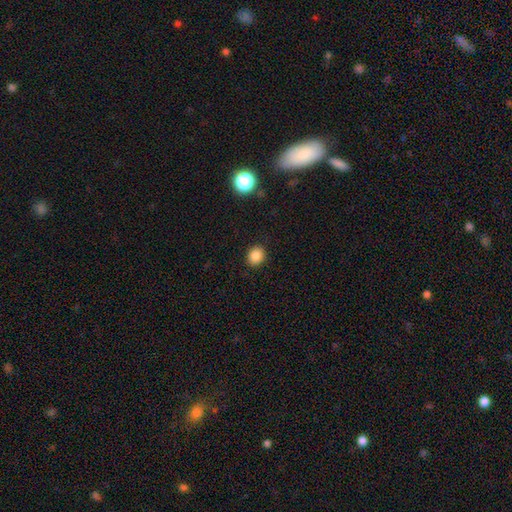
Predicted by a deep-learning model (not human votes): smooth-or-featured: smooth: 85% | star or artifact: 11% | featured or disk: 4%
  how-rounded: round: 63% | in between: 36% | cigar-shaped: 1%
  merging: none: 90% | minor disturbance: 7% | major disturbance: 2% | merger: 1%